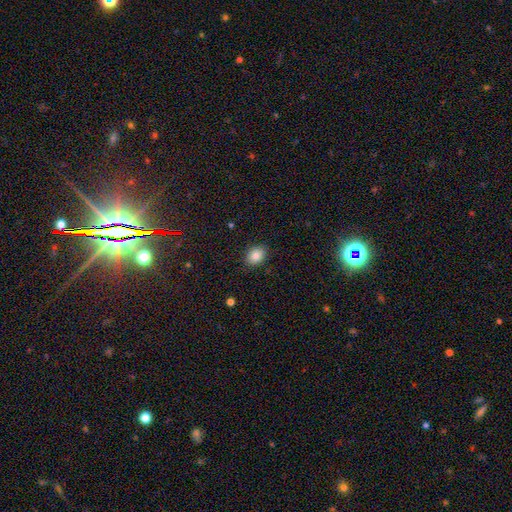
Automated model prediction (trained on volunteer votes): The model was most divided on "how rounded": in between: 63%, round: 37%, cigar-shaped: 1%. More confident: merging — none (88%); smooth or featured — smooth (87%).